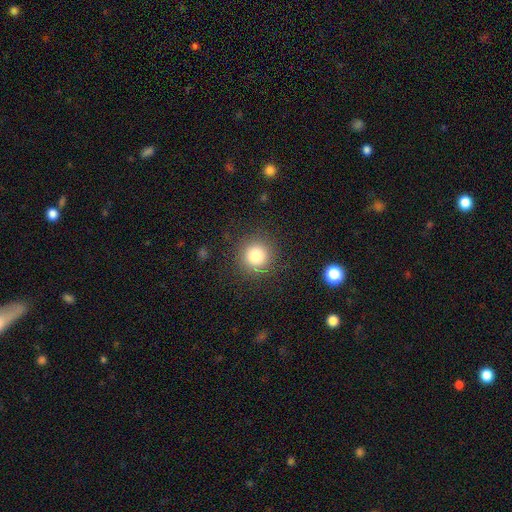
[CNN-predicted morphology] Overall: smooth (80%). How rounded: round (94%). Merging: none (88%).